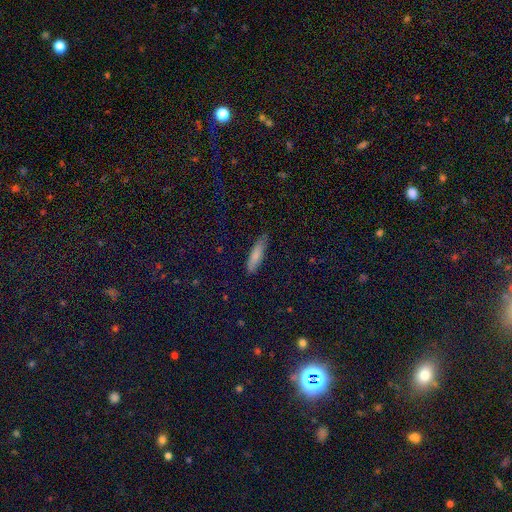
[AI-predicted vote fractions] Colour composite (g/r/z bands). It shows a smooth galaxy with no disk features (79%) that is cigar-shaped (70%). Merging: none (78%).